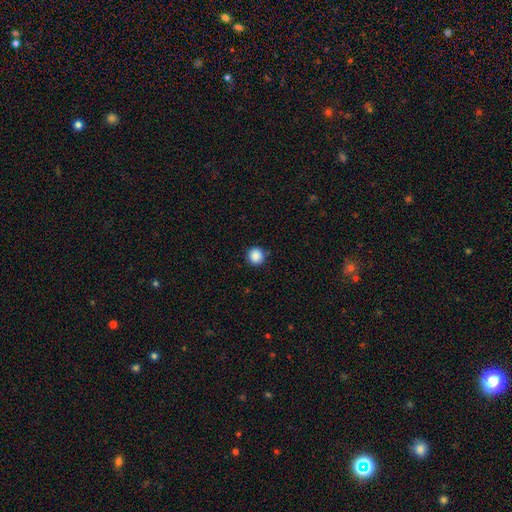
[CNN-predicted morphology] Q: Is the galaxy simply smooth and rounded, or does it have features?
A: smooth — 88%.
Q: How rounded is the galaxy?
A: round — 95%.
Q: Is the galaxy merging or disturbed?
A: none — 88%.